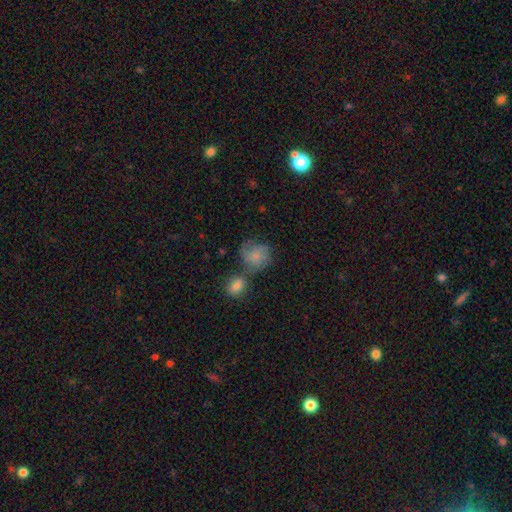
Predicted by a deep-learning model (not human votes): smooth 69%, featured or disk 22%, star or artifact 8%. Down the decision tree: how rounded — round (70%); merging — none (42%).